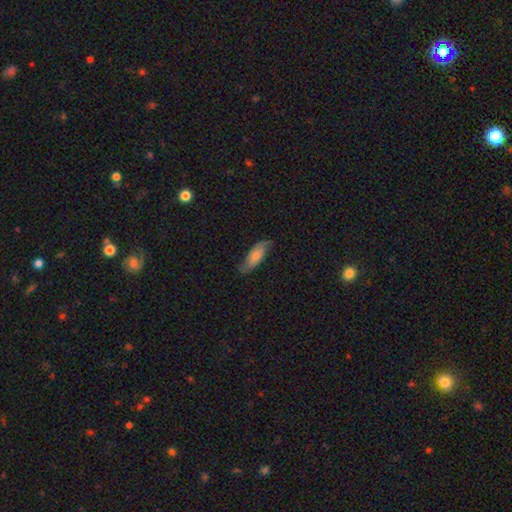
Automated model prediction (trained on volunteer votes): Q: Smooth or featured?
A: smooth (59%); runner-up: featured or disk (35%)
Q: How rounded?
A: in between (68%); runner-up: cigar-shaped (30%)
Q: Merging?
A: none (69%); runner-up: minor disturbance (24%)